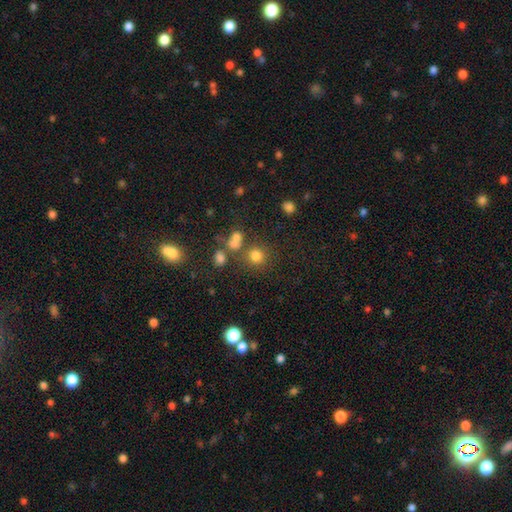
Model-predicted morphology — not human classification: smooth-or-featured: smooth: 72% | star or artifact: 20% | featured or disk: 8%
  how-rounded: round: 89% | in between: 10% | cigar-shaped: 1%
  merging: none: 69% | merger: 16% | minor disturbance: 9% | major disturbance: 5%